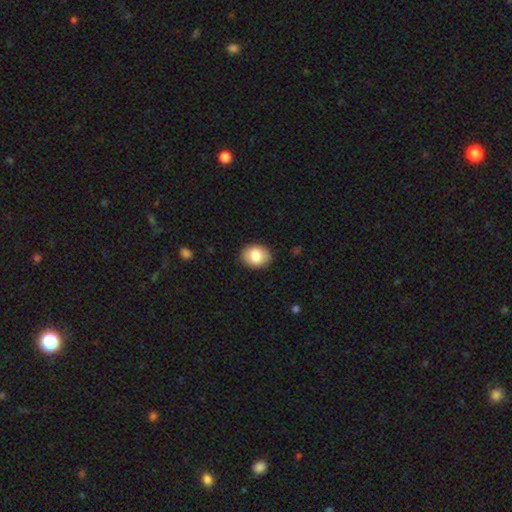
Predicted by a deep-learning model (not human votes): Smooth or featured: smooth — 83% (featured or disk — 10%)
How rounded: in between — 61% (round — 38%)
Merging: none — 88% (minor disturbance — 9%)